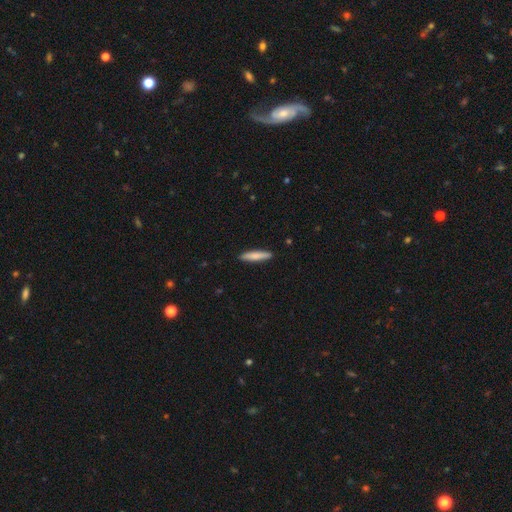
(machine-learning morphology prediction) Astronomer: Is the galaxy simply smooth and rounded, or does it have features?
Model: smooth — 80%.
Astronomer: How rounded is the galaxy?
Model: cigar-shaped — 89%.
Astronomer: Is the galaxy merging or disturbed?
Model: none — 91%.